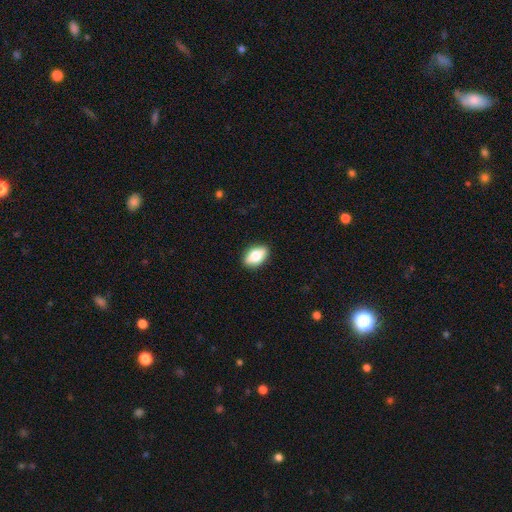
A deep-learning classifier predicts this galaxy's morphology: Smooth or featured: smooth — 72% (featured or disk — 20%)
How rounded: in between — 86% (round — 10%)
Merging: none — 88% (minor disturbance — 9%)